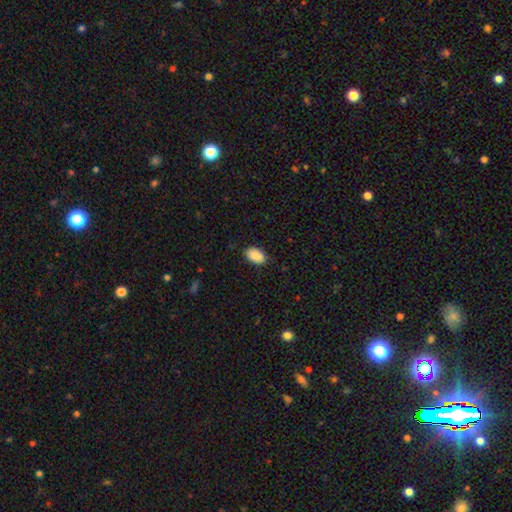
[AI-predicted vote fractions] Q: Smooth or featured?
A: smooth (90%); runner-up: star or artifact (7%)
Q: How rounded?
A: in between (91%); runner-up: round (8%)
Q: Merging?
A: none (83%); runner-up: minor disturbance (14%)